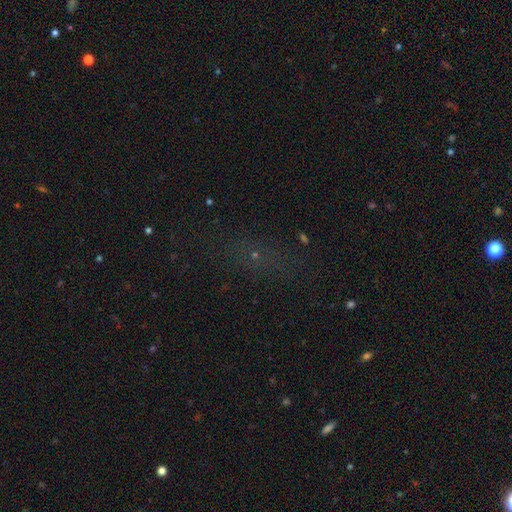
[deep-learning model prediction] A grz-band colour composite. It shows a star or artifact, not a galaxy (50%).